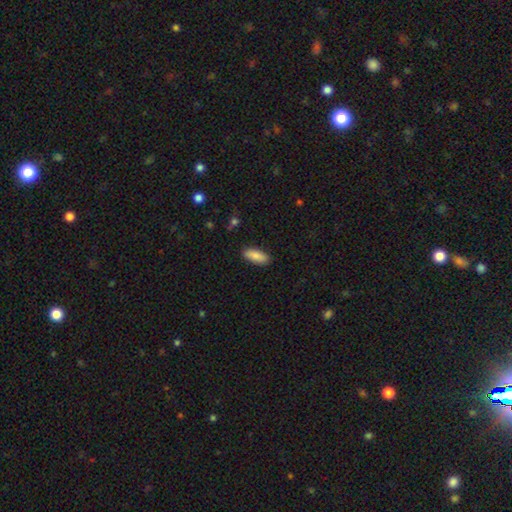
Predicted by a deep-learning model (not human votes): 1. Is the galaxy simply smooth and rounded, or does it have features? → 86% smooth, 8% featured or disk, 6% star or artifact.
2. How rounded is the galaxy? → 79% in between, 19% cigar-shaped, 2% round.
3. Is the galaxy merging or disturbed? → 89% none, 8% minor disturbance, 2% major disturbance, 1% merger.